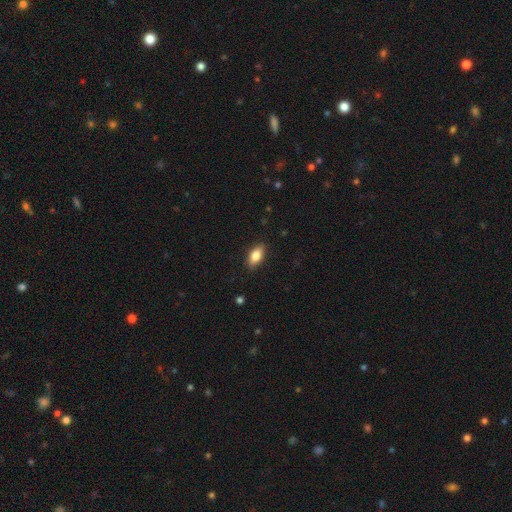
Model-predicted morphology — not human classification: smooth_or_featured: smooth (p=0.80) [alt: featured or disk p=0.13]
how_rounded: in between (p=0.88) [alt: cigar-shaped p=0.08]
merging: none (p=0.86) [alt: minor disturbance p=0.11]